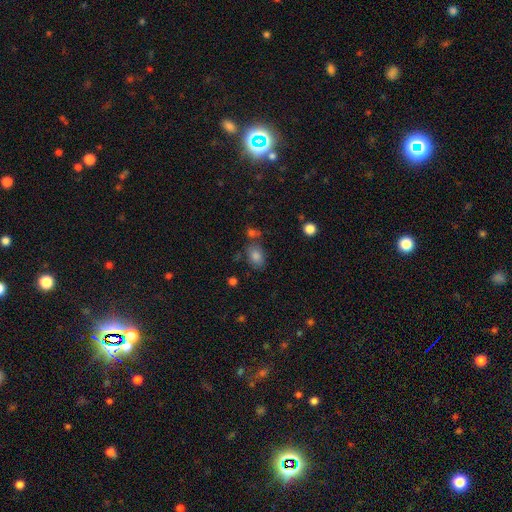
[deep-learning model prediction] Morphology: type=smooth (81%); roundness=in between (76%); merging=none (67%).